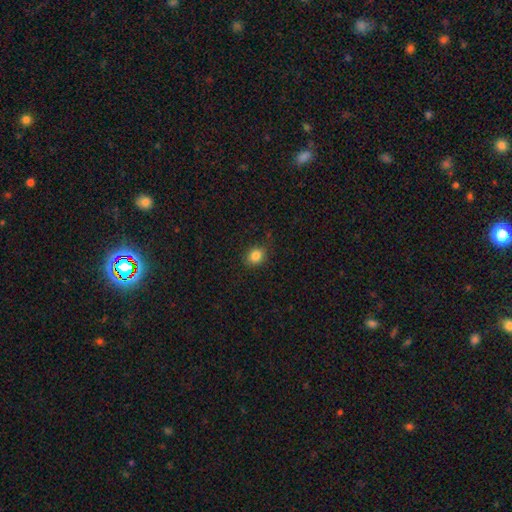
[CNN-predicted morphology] A smooth galaxy with no disk features (84%) that is round (62%). Merging: none (83%).